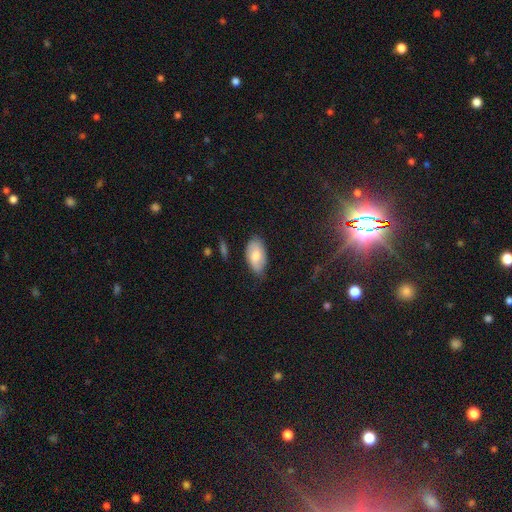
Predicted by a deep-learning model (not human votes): Smooth or featured: smooth — 72% (featured or disk — 22%)
How rounded: in between — 94% (round — 4%)
Merging: none — 70% (minor disturbance — 25%)